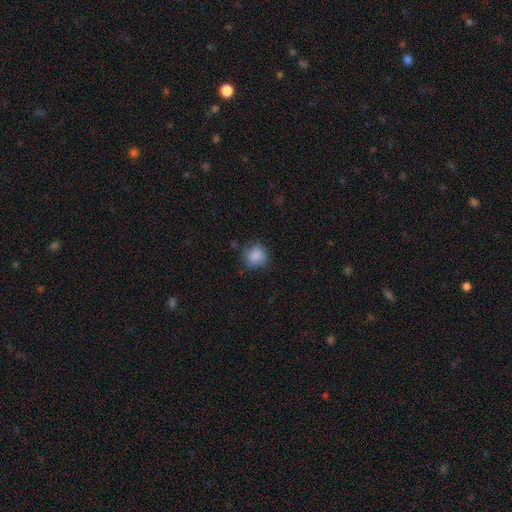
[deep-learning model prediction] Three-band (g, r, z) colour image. It shows a smooth galaxy with no disk features (84%) that is round (79%). Merging: none (69%).